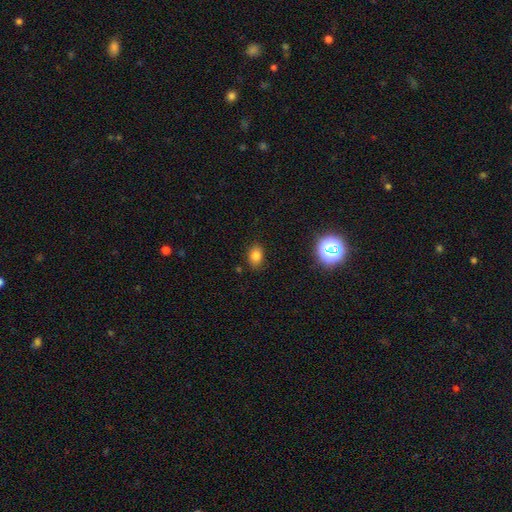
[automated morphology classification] smooth-or-featured: smooth: 79% | star or artifact: 14% | featured or disk: 7%
  how-rounded: in between: 73% | round: 26% | cigar-shaped: 1%
  merging: none: 85% | minor disturbance: 11% | major disturbance: 3% | merger: 2%